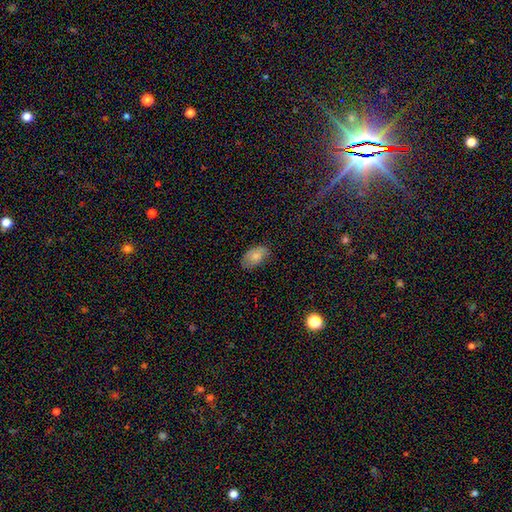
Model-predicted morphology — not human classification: Smooth or featured? Predicted: smooth (p=0.77). How rounded? Predicted: in between (p=0.93). Merging? Predicted: none (p=0.74).